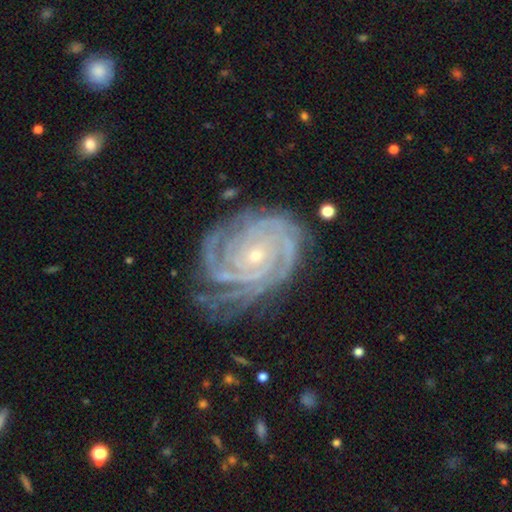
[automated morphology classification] Smooth or featured?
  - featured or disk: 91% *
  - star or artifact: 6%
  - smooth: 3%
Edge-on disk?
  - no: 97% *
  - yes: 3%
Bar?
  - no: 75% *
  - weak: 17%
  - strong: 8%
Spiral arms?
  - yes: 99% *
  - no: 1%
Spiral winding?
  - tight: 84% *
  - medium: 14%
  - loose: 2%
Spiral arm count?
  - 4: 32% *
  - 3: 19%
  - more than 4: 18%
  - can't tell: 14%
  - 2: 11%
  - 1: 7%
Bulge size?
  - small: 79% *
  - moderate: 18%
  - none: 1%
  - large: 1%
  - dominant: 1%
Merging?
  - none: 70% *
  - minor disturbance: 21%
  - major disturbance: 7%
  - merger: 2%